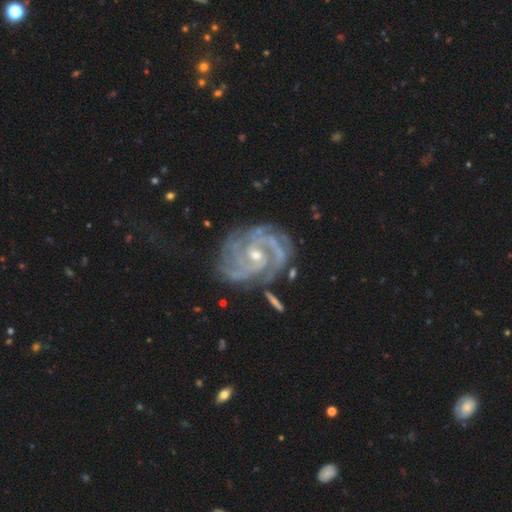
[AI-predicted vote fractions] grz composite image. It shows a featured or disk galaxy (92%) with no bar (55%), 3 (29%) tight (70%) spiral arms (98%) and a small central bulge (56%). Merging: none (68%).